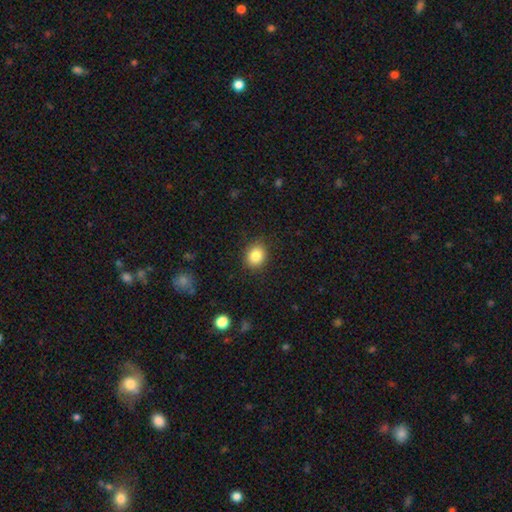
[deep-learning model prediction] smooth 85%, star or artifact 10%, featured or disk 6%. Down the decision tree: how rounded — round (64%); merging — none (86%).